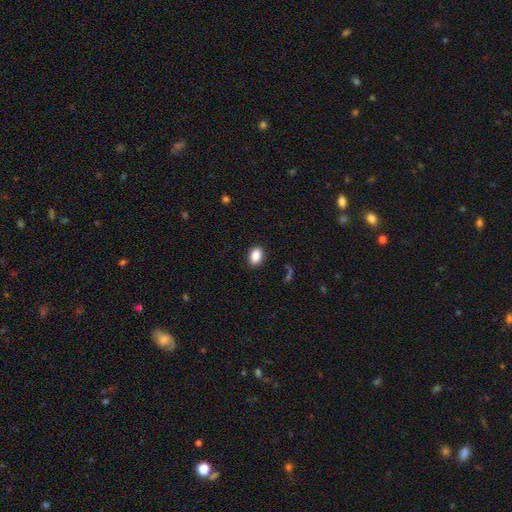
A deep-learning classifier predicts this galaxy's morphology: smooth_or_featured: smooth (p=0.88) [alt: star or artifact p=0.08]
how_rounded: in between (p=0.83) [alt: round p=0.16]
merging: none (p=0.88) [alt: minor disturbance p=0.08]